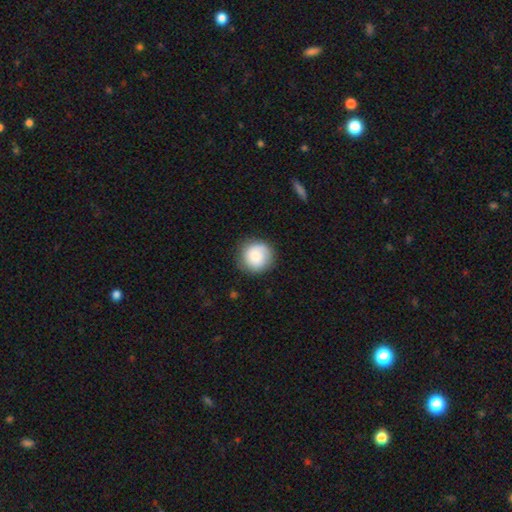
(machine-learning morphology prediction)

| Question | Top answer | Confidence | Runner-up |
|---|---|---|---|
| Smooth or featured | smooth | 80% | featured or disk (12%) |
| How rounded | round | 93% | in between (6%) |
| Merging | none | 84% | minor disturbance (12%) |